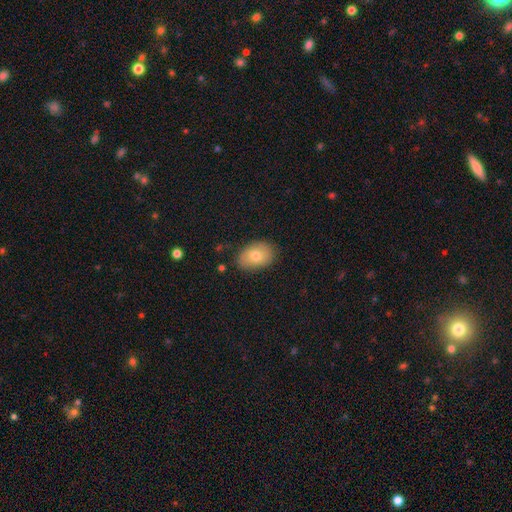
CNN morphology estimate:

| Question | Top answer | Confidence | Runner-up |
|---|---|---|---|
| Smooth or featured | smooth | 74% | featured or disk (17%) |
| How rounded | in between | 82% | round (17%) |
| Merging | none | 81% | minor disturbance (14%) |